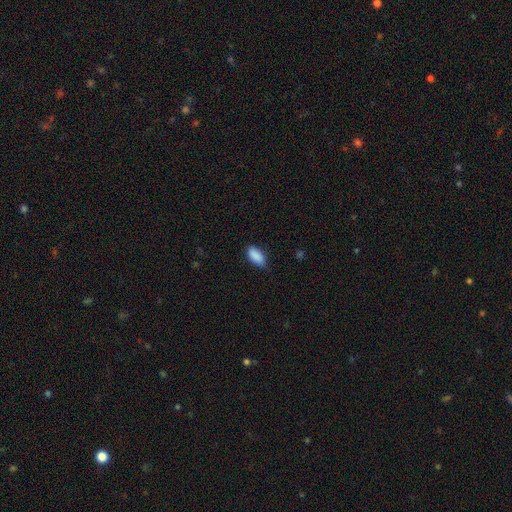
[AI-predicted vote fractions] smooth_or_featured: smooth (p=0.88) [alt: star or artifact p=0.07]
how_rounded: in between (p=0.88) [alt: cigar-shaped p=0.10]
merging: none (p=0.71) [alt: minor disturbance p=0.25]